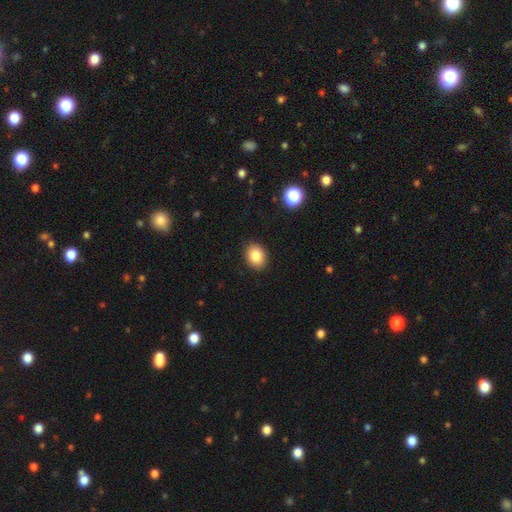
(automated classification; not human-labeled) smooth-or-featured: smooth: 85% | star or artifact: 9% | featured or disk: 6%
  how-rounded: in between: 52% | round: 47% | cigar-shaped: 1%
  merging: none: 90% | minor disturbance: 7% | major disturbance: 2% | merger: 1%